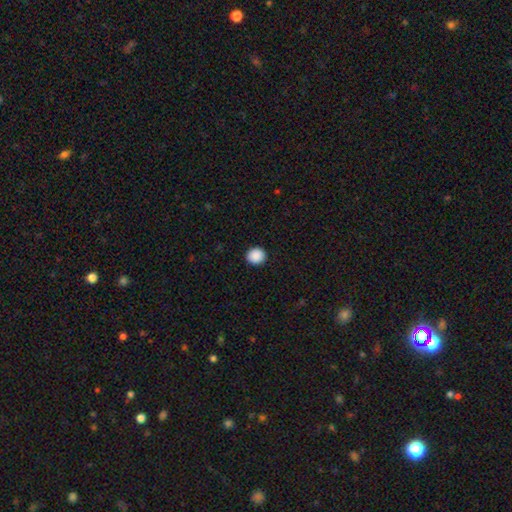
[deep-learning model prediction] Q: Smooth or featured?
A: smooth (89%); runner-up: star or artifact (8%)
Q: How rounded?
A: round (89%); runner-up: in between (10%)
Q: Merging?
A: none (93%); runner-up: minor disturbance (5%)